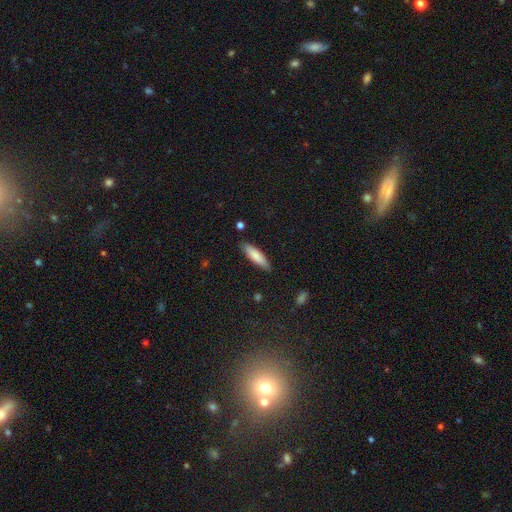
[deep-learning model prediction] This is clearly a smooth galaxy (81%). How rounded: likely cigar-shaped (66%). Merging: clearly none (86%).